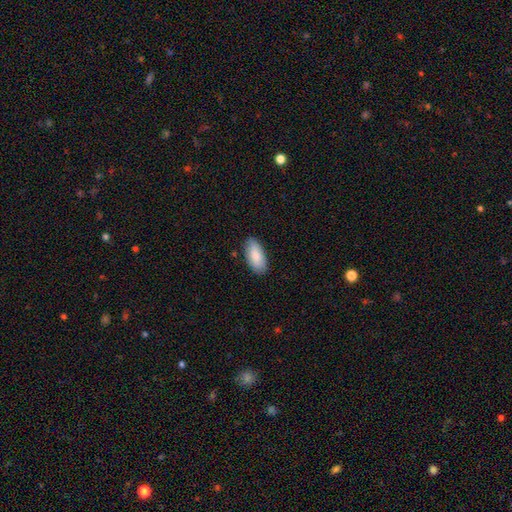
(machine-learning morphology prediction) type=smooth (86%); roundness=in between (91%); merging=none (85%).